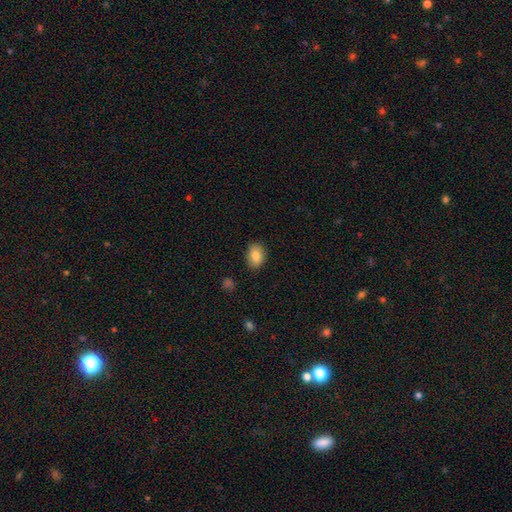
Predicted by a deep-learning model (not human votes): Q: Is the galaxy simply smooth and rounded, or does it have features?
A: smooth — 84%.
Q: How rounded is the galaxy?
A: in between — 74%.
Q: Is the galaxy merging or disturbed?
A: none — 87%.